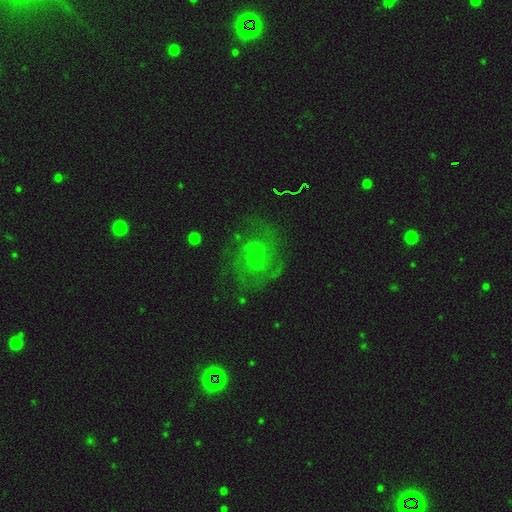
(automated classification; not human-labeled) The model was most divided on "bulge size": small: 38%, none: 37%, moderate: 19%, large: 5%, dominant: 2%. More confident: edge-on disk — no (97%); spiral arms — yes (80%); bar — no (76%); merging — none (68%); smooth or featured — featured or disk (52%).